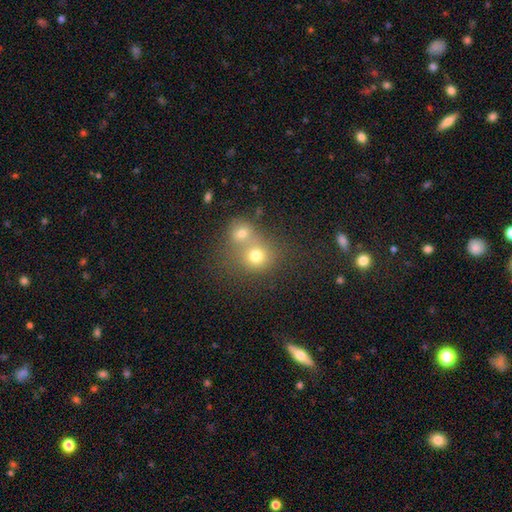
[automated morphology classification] A smooth galaxy with no disk features (72%) that is round (80%). Merging: merger (54%).